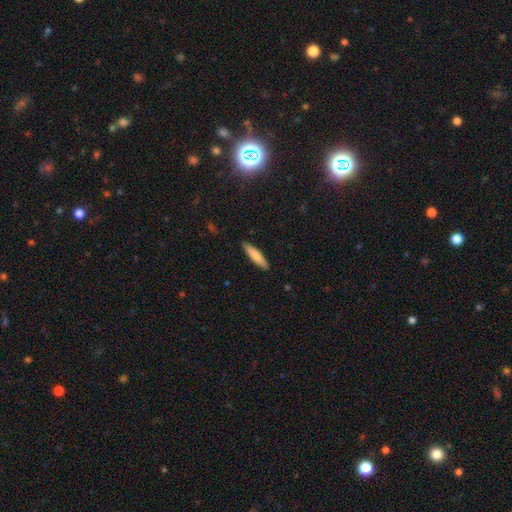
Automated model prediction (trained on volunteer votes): Smooth or featured? Predicted: smooth (p=0.78). How rounded? Predicted: cigar-shaped (p=0.82). Merging? Predicted: none (p=0.90).